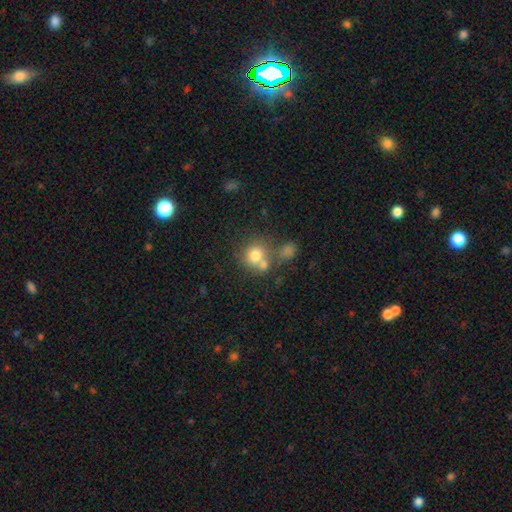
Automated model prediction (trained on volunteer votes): This appears to be a smooth galaxy with no disk features (76%) that is round (82%). Merging: none (47%).